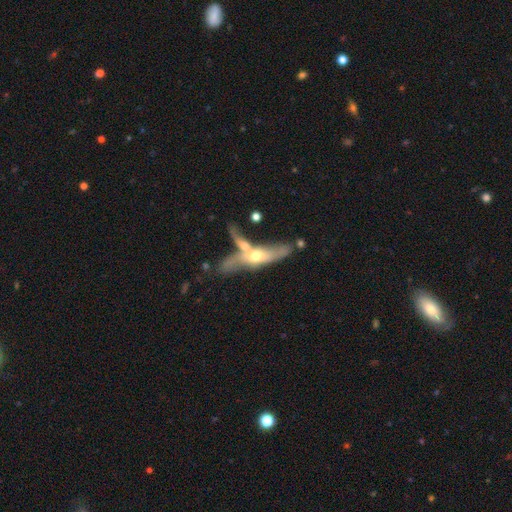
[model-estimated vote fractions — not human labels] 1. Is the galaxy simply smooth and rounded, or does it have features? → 58% featured or disk, 35% smooth, 6% star or artifact.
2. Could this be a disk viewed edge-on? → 59% yes, 41% no.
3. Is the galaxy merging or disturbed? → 42% merger, 35% none, 15% minor disturbance, 8% major disturbance.